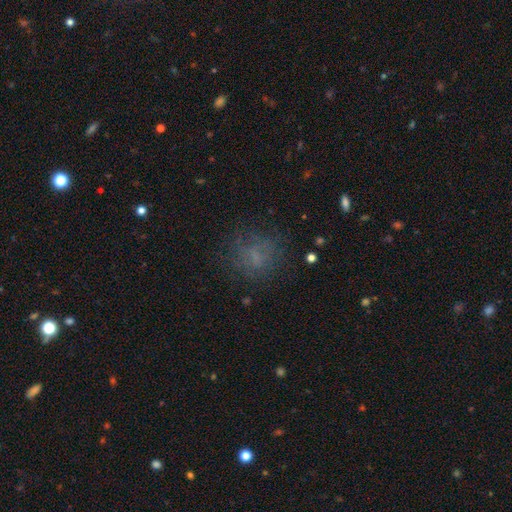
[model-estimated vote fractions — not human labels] This appears to be a smooth galaxy with no disk features (60%) that is round (71%). Merging: none (70%).